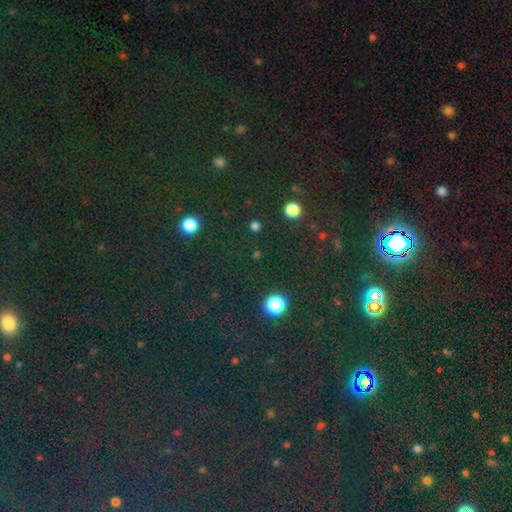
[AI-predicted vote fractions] This appears to be a star or artifact, not a galaxy (72%).